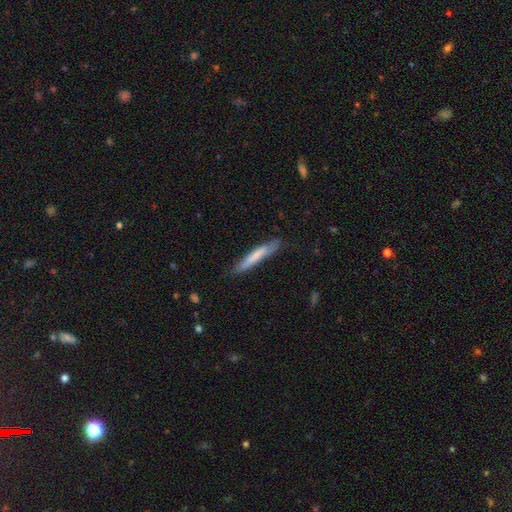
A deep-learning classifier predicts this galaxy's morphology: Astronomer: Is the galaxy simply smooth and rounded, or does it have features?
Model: smooth — 64%.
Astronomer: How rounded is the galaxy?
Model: cigar-shaped — 95%.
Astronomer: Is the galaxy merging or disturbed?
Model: none — 80%.